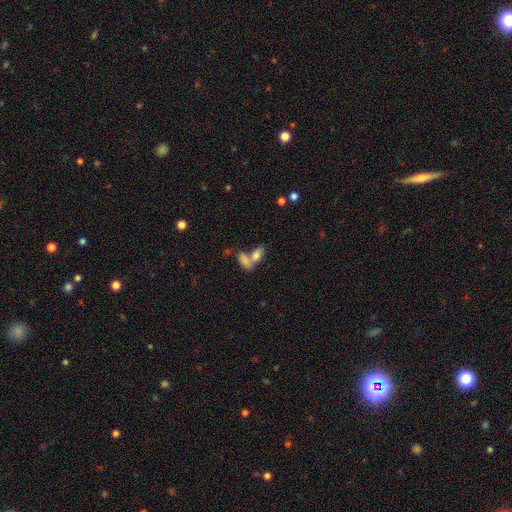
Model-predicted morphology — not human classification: This appears to be a smooth galaxy with no disk features (78%) that is in between round and cigar-shaped (86%). Merging: merger (60%).